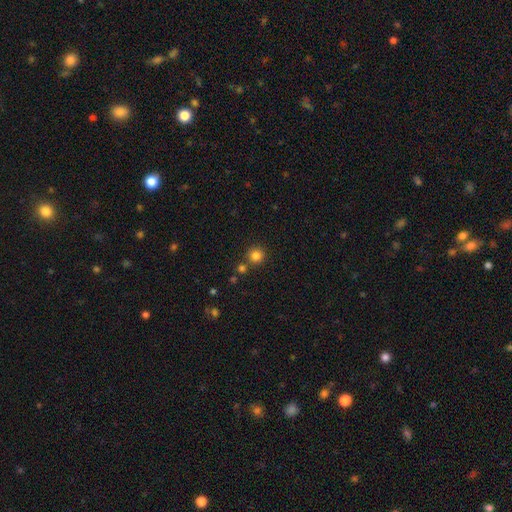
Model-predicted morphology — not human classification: type=smooth (83%); roundness=round (93%); merging=none (79%).